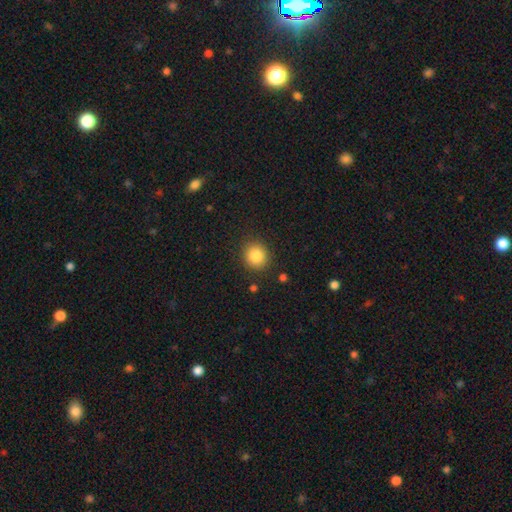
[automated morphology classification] type=smooth (86%); roundness=round (87%); merging=none (88%).